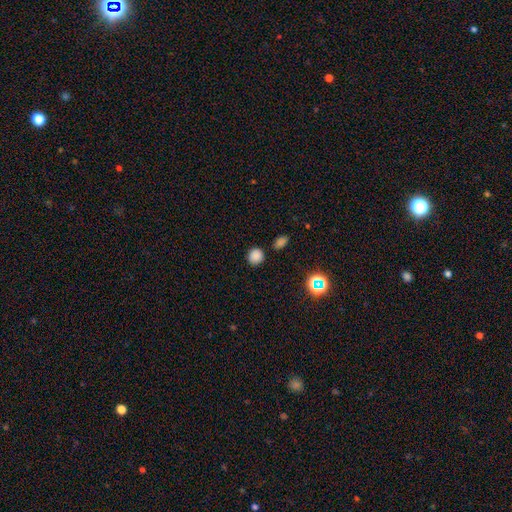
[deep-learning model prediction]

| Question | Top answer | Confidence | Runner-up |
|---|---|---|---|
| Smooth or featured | smooth | 81% | star or artifact (15%) |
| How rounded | round | 88% | in between (11%) |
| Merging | none | 84% | minor disturbance (8%) |